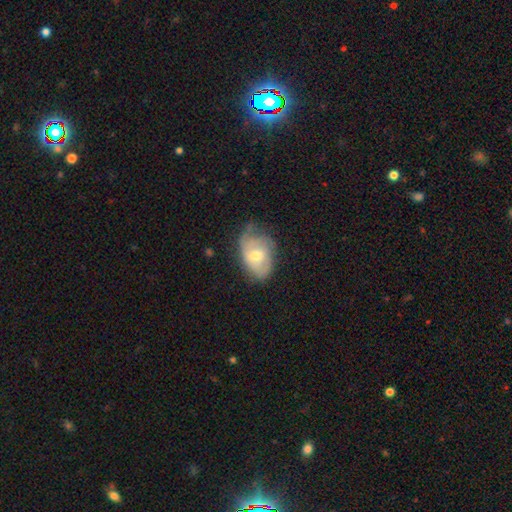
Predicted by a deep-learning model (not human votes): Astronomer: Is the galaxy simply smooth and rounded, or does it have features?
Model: featured or disk — 51% (runner-up: smooth, 42%).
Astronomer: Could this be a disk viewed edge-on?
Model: no — 95%.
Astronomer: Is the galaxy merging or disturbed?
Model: none — 44% (runner-up: minor disturbance, 37%).